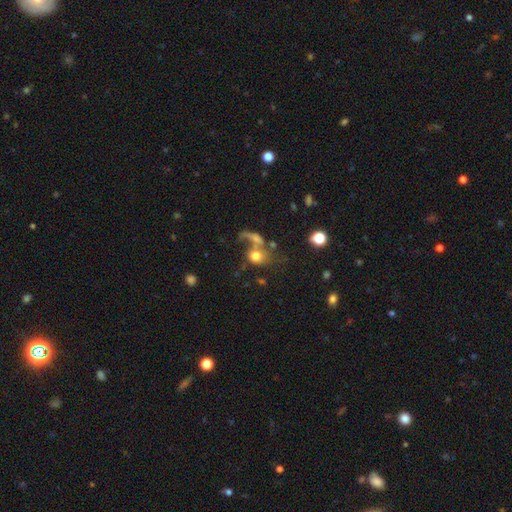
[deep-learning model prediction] Smooth or featured? smooth (66%)
How rounded? round (61%)
Merging? merger (45%)